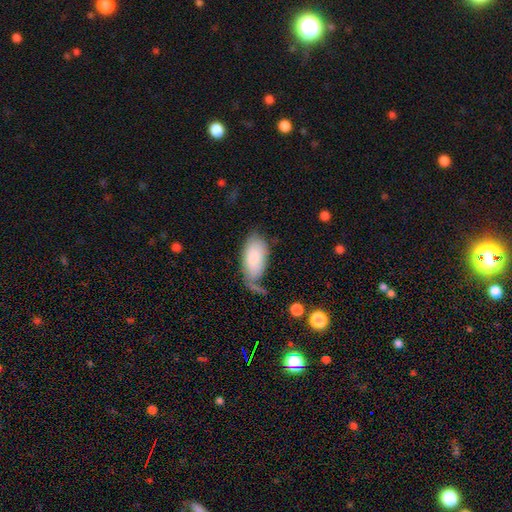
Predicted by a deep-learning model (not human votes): Smooth or featured? Predicted: smooth (p=0.79). How rounded? Predicted: in between (p=0.94). Merging? Predicted: none (p=0.48).